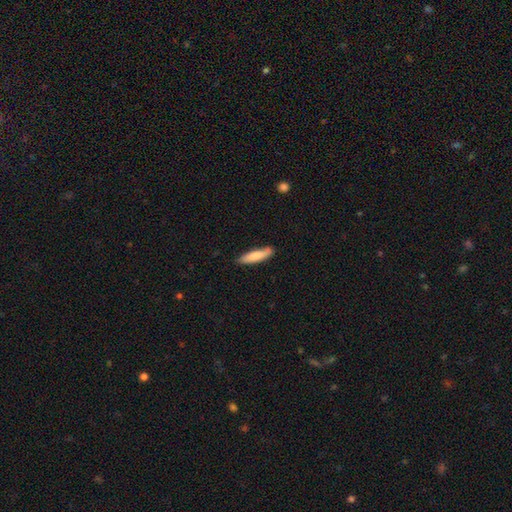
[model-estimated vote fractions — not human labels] Smooth or featured? Predicted: smooth (p=0.81). How rounded? Predicted: cigar-shaped (p=0.74). Merging? Predicted: none (p=0.79).